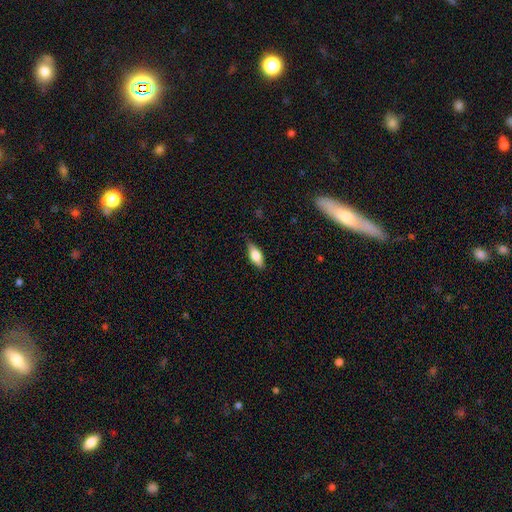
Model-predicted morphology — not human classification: smooth 74%, featured or disk 20%, star or artifact 6%. Down the decision tree: how rounded — in between (81%); merging — none (80%).